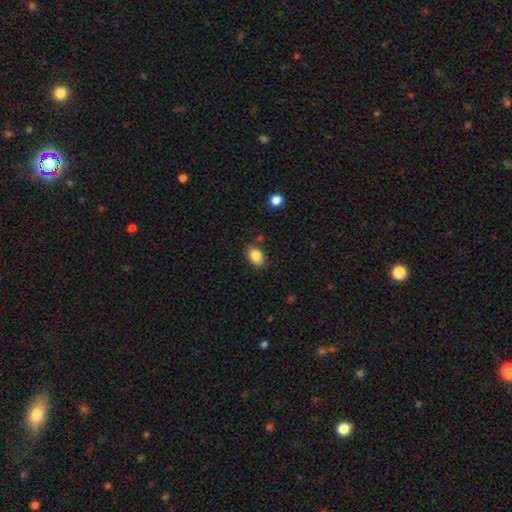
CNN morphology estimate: A smooth galaxy with no disk features (86%) that is in between round and cigar-shaped (74%). Merging: none (83%).